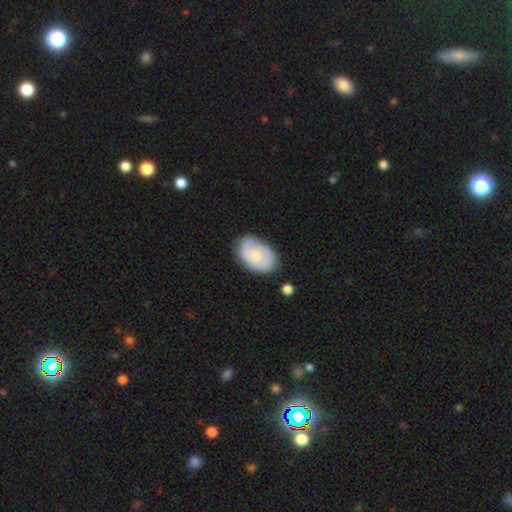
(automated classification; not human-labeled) Smooth or featured? Predicted: smooth (p=0.57). How rounded? Predicted: in between (p=0.89). Merging? Predicted: none (p=0.66).